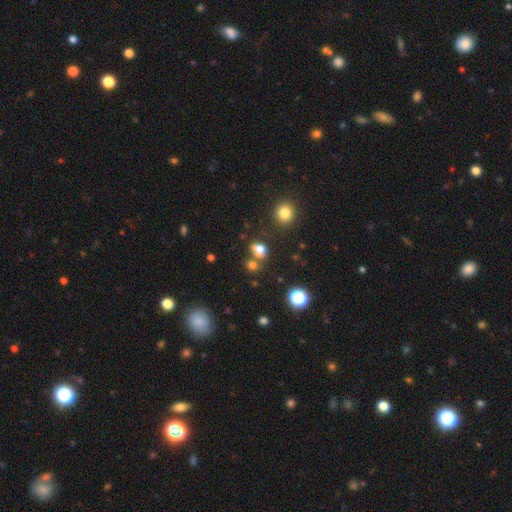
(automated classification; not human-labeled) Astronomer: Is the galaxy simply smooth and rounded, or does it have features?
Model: smooth — 60%.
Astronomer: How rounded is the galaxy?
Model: round — 71%.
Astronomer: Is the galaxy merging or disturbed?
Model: none — 63%.